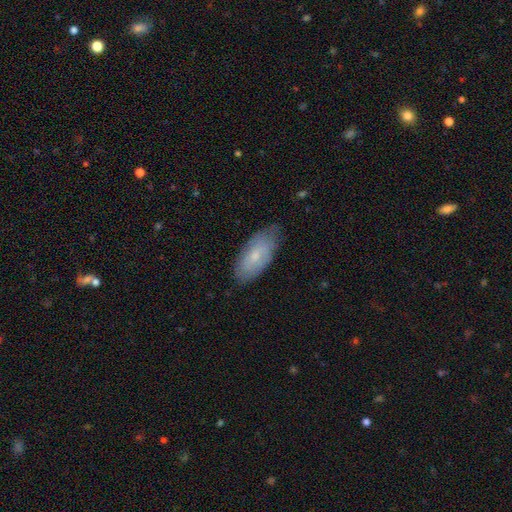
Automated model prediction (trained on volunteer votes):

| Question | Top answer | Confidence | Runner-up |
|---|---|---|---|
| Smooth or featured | smooth | 63% | featured or disk (31%) |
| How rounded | in between | 89% | cigar-shaped (9%) |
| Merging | none | 72% | minor disturbance (23%) |